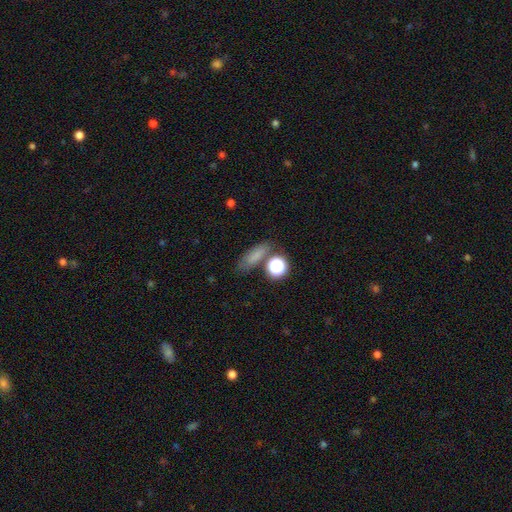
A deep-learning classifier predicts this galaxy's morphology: This is likely a smooth galaxy (74%). How rounded: possibly in between (49%). Merging: likely none (69%).